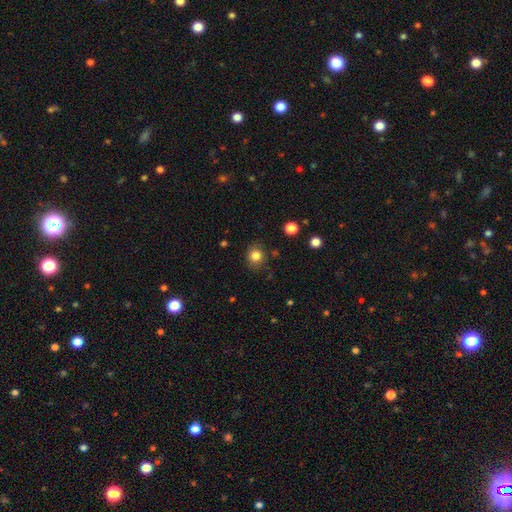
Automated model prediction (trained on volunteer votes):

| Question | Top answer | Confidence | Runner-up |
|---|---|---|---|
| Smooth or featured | smooth | 83% | star or artifact (12%) |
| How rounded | round | 82% | in between (17%) |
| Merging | none | 83% | minor disturbance (11%) |